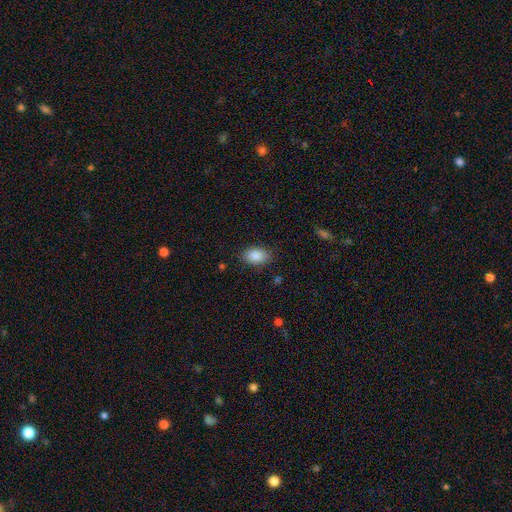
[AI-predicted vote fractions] A smooth galaxy with no disk features (88%) that is in between round and cigar-shaped (89%).

Vote fractions:
- Smooth or featured? smooth: 88% / star or artifact: 7% / featured or disk: 5%
- How rounded? in between: 89% / round: 10% / cigar-shaped: 1%
- Merging? none: 85% / minor disturbance: 11% / major disturbance: 3% / merger: 1%